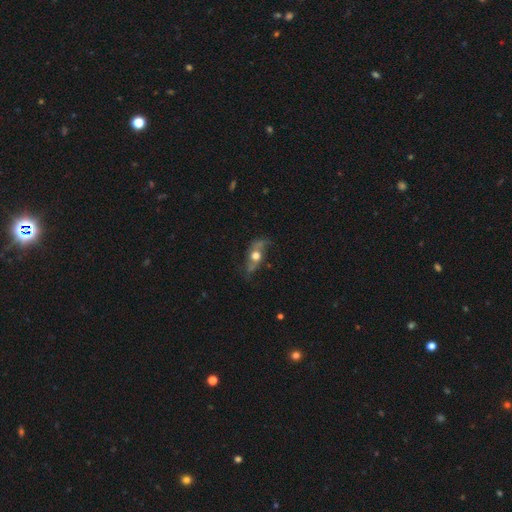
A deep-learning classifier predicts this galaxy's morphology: A featured or disk galaxy (59%).

Vote fractions:
- Smooth or featured? featured or disk: 59% / smooth: 32% / star or artifact: 9%
- Edge-on disk? no: 72% / yes: 28%
- Merging? none: 53% / minor disturbance: 25% / major disturbance: 19% / merger: 3%